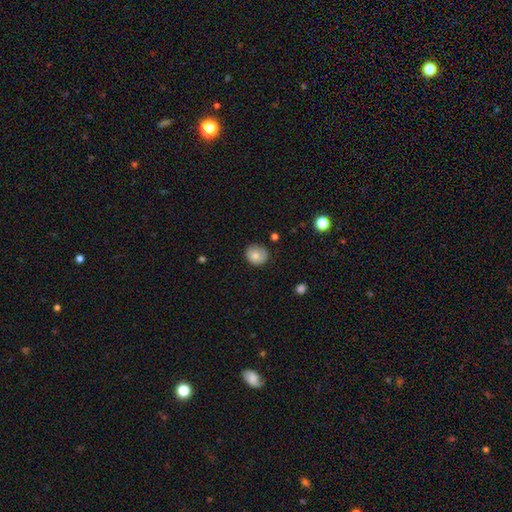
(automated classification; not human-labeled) Smooth or featured: smooth — 81% (featured or disk — 11%)
How rounded: round — 78% (in between — 21%)
Merging: none — 70% (minor disturbance — 24%)